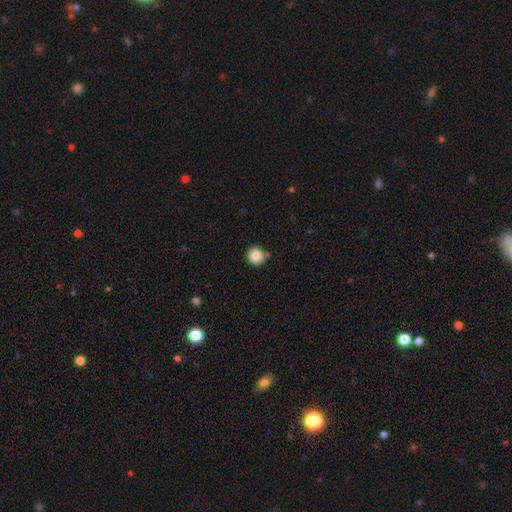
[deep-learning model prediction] smooth-or-featured: smooth: 86% | star or artifact: 9% | featured or disk: 5%
  how-rounded: round: 92% | in between: 7% | cigar-shaped: 1%
  merging: none: 83% | minor disturbance: 10% | merger: 4% | major disturbance: 2%